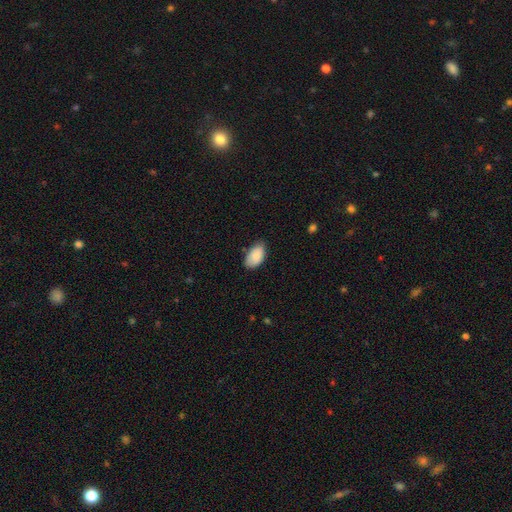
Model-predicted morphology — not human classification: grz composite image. It shows a smooth galaxy with no disk features (87%) that is in between round and cigar-shaped (94%). Merging: none (66%).